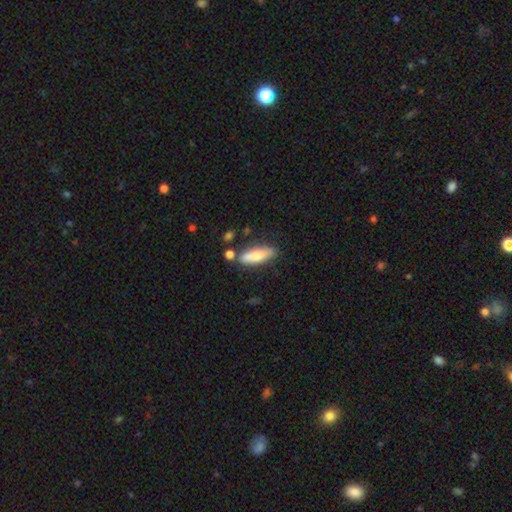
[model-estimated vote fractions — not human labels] A smooth galaxy with no disk features (69%) that is cigar-shaped (53%).

Vote fractions:
- Smooth or featured? smooth: 69% / featured or disk: 25% / star or artifact: 6%
- How rounded? cigar-shaped: 53% / in between: 45% / round: 2%
- Merging? none: 73% / minor disturbance: 14% / merger: 9% / major disturbance: 3%